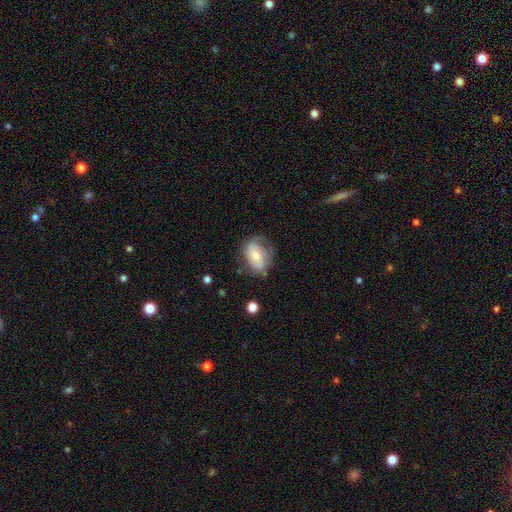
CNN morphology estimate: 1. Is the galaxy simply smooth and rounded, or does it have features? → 47% smooth, 45% featured or disk, 7% star or artifact.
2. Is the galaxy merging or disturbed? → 51% none, 30% minor disturbance, 18% major disturbance, 2% merger.